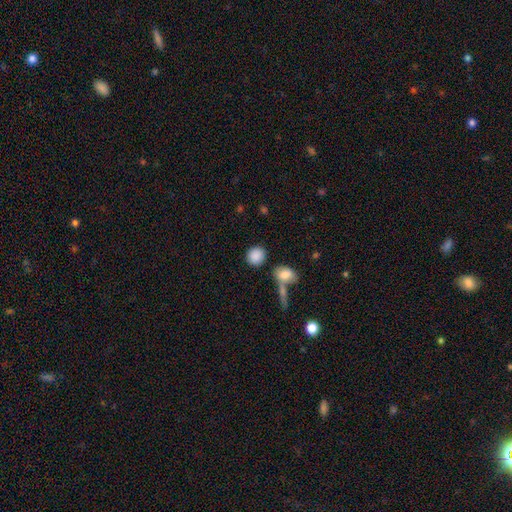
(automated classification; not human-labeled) This appears to be a smooth galaxy with no disk features (88%) that is round (81%). Merging: none (78%).